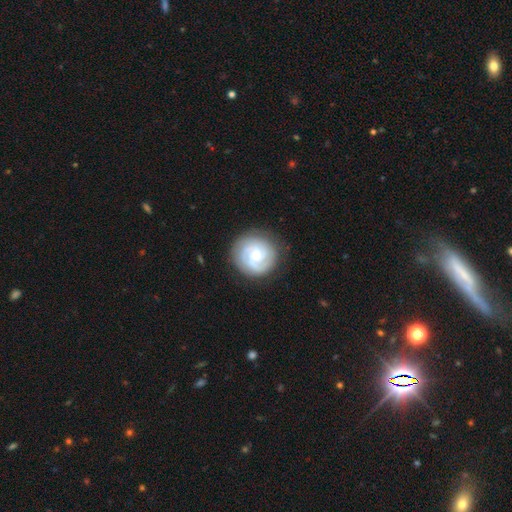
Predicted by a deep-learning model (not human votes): Morphology: type=featured or disk (82%); edge-on=no (98%); bar=no (70%); spiral arms=yes (97%); winding=tight (71%); arm count=3 (37%); bulge=small (57%); merging=none (86%).